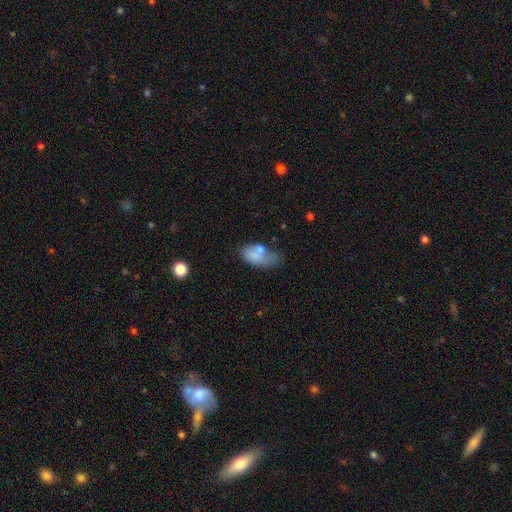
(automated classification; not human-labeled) smooth_or_featured: smooth (p=0.70) [alt: featured or disk p=0.21]
how_rounded: in between (p=0.90) [alt: round p=0.07]
merging: none (p=0.28) [alt: merger p=0.25]